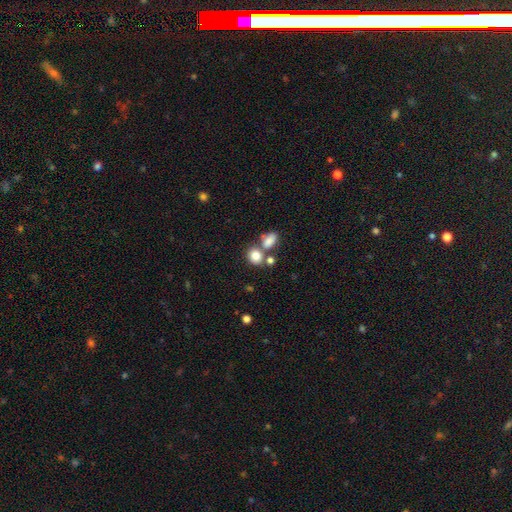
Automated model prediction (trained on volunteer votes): This appears to be a smooth galaxy with no disk features (81%) that is round (61%). Merging: none (52%).